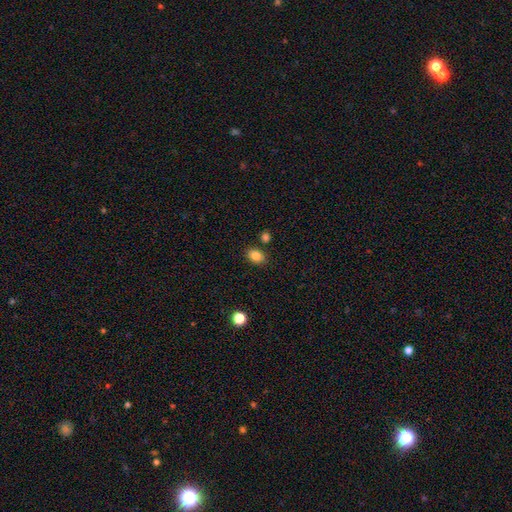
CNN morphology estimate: smooth_or_featured: smooth (p=0.84) [alt: star or artifact p=0.10]
how_rounded: in between (p=0.67) [alt: round p=0.32]
merging: none (p=0.83) [alt: minor disturbance p=0.09]